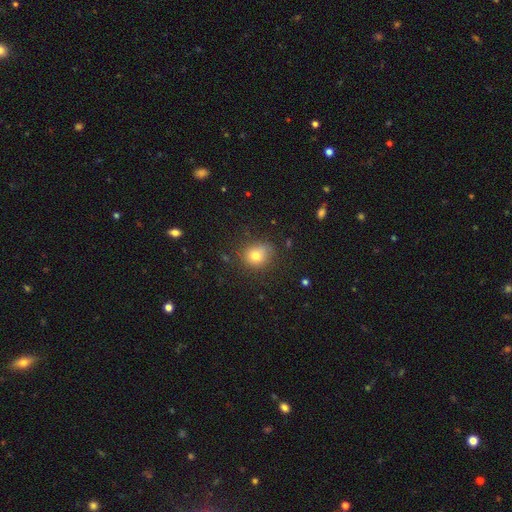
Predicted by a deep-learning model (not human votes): Overall: smooth (76%). How rounded: round (73%). Merging: none (75%).